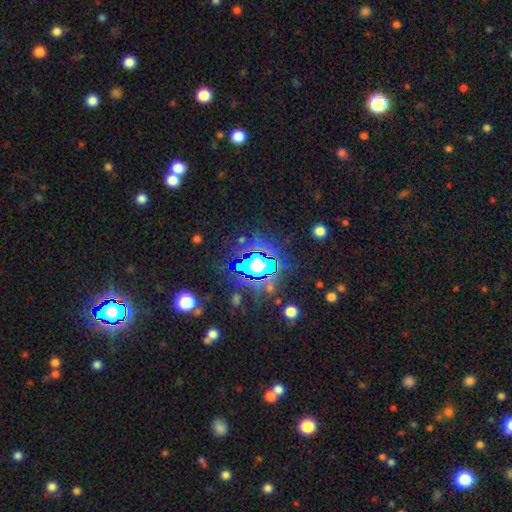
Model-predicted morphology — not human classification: This appears to be a star or artifact, not a galaxy (69%).